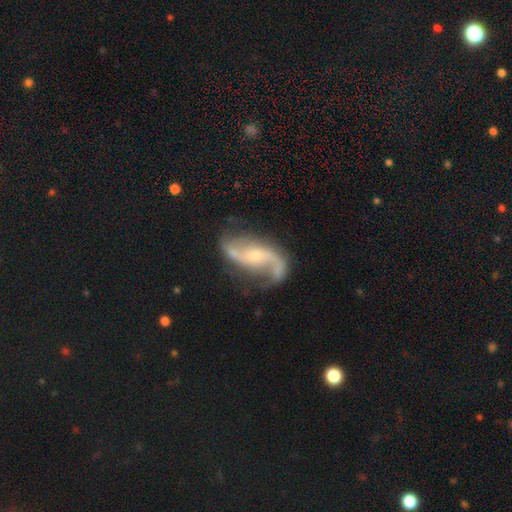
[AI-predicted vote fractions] This appears to be a featured or disk galaxy (90%) with no bar (45%), 2 (92%) loose (71%) spiral arms (97%) and a small central bulge (57%). Merging: none (73%).